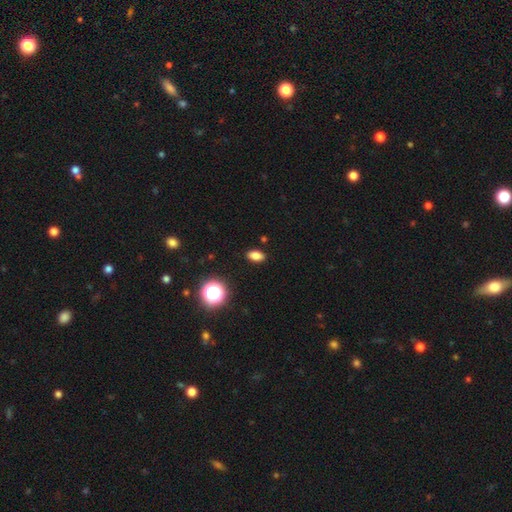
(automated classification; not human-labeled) The model was most divided on "smooth or featured": smooth: 81%, star or artifact: 14%, featured or disk: 5%. More confident: merging — none (90%); how rounded — in between (87%).